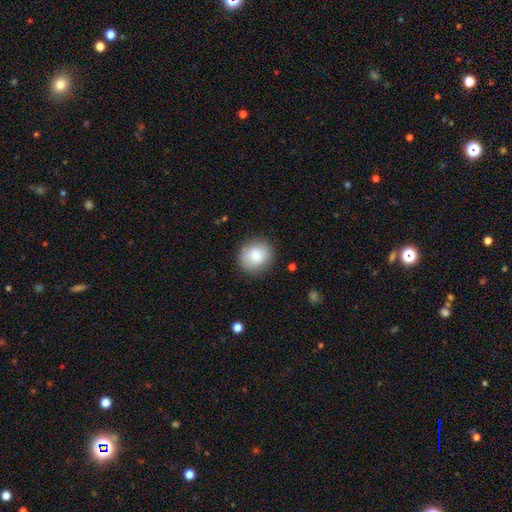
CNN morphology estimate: Overall: smooth (83%). How rounded: round (78%). Merging: none (87%).